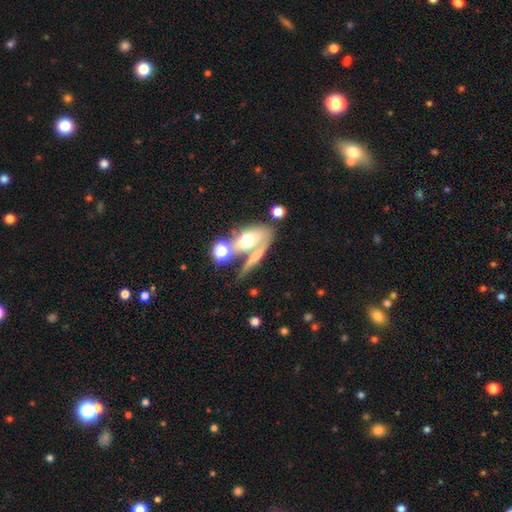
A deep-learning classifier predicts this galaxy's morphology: smooth_or_featured: smooth (p=0.49) [alt: featured or disk p=0.40]
merging: merger (p=0.39) [alt: none p=0.35]